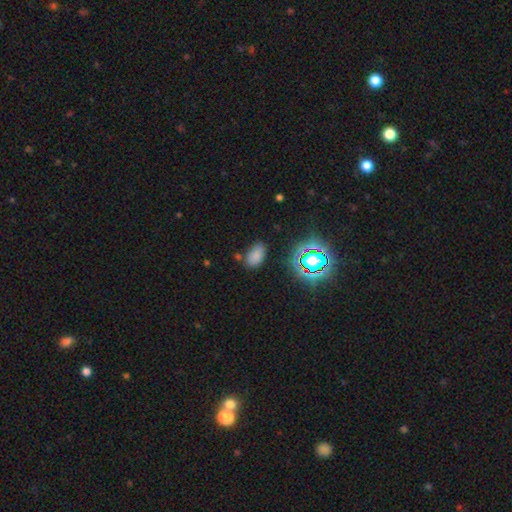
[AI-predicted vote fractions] This appears to be a smooth galaxy with no disk features (73%) that is in between round and cigar-shaped (92%). Merging: none (76%).